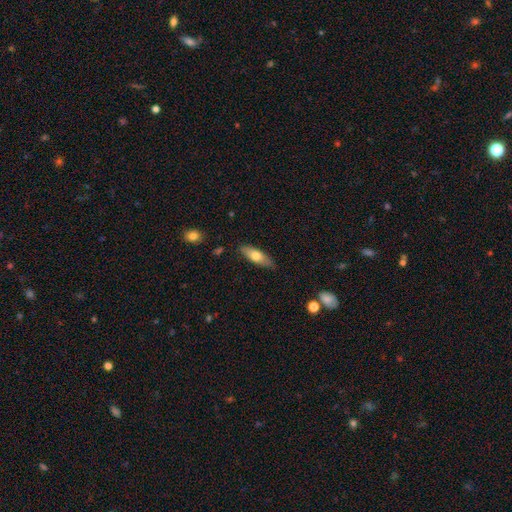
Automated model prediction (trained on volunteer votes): smooth 68%, featured or disk 26%, star or artifact 6%. Down the decision tree: how rounded — in between (58%); merging — none (83%).